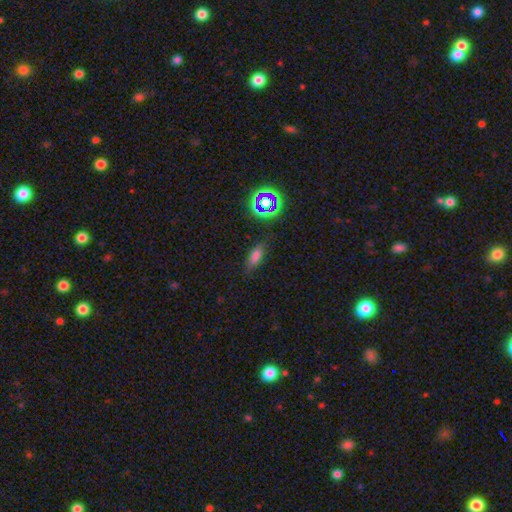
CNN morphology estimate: type=smooth (72%); roundness=in between (74%); merging=none (78%).